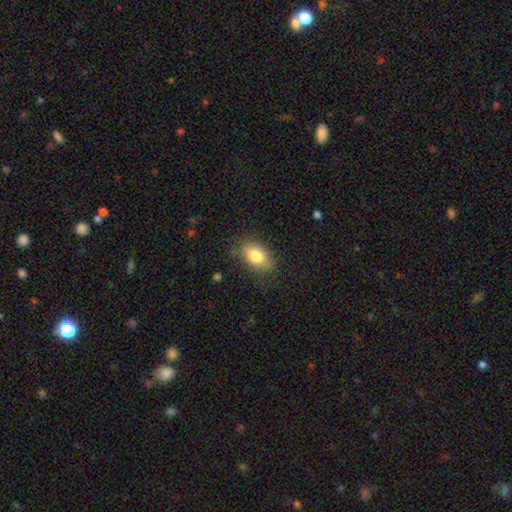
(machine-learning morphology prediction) This appears to be a smooth galaxy with no disk features (81%) that is in between round and cigar-shaped (87%). Merging: none (79%).